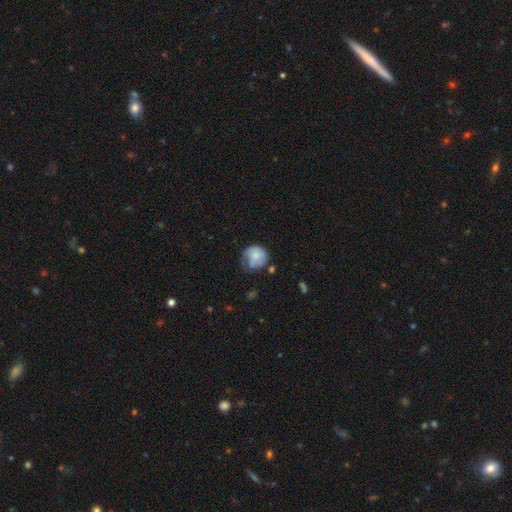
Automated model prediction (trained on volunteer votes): smooth_or_featured: smooth (p=0.66) [alt: featured or disk p=0.26]
how_rounded: round (p=0.75) [alt: in between p=0.24]
merging: none (p=0.36) [tied with: minor disturbance p=0.36]